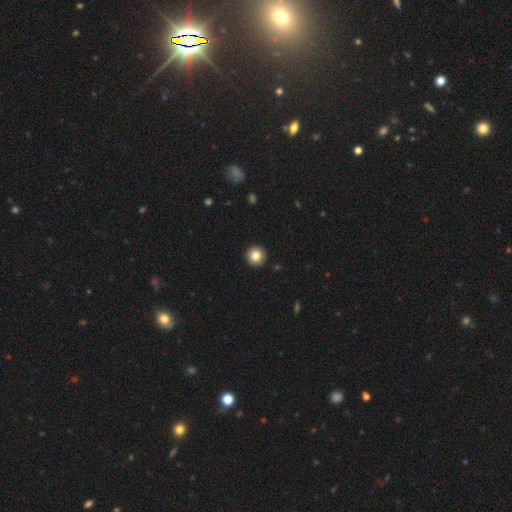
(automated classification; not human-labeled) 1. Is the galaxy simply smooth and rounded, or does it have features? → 83% smooth, 10% star or artifact, 7% featured or disk.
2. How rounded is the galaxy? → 96% round, 3% in between, 1% cigar-shaped.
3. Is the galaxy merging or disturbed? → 94% none, 4% minor disturbance, 1% major disturbance, 1% merger.